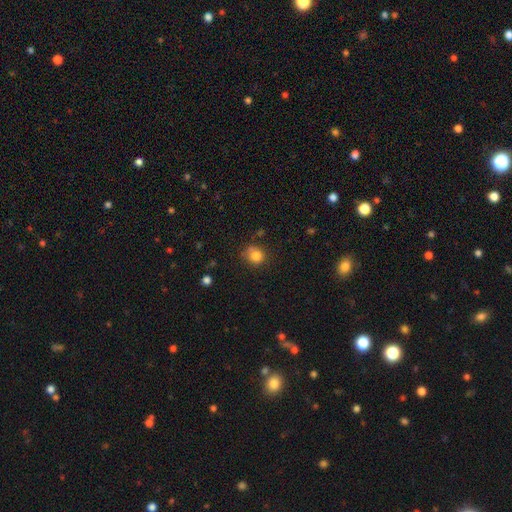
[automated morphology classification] Overall: smooth (82%). How rounded: round (79%). Merging: none (66%).